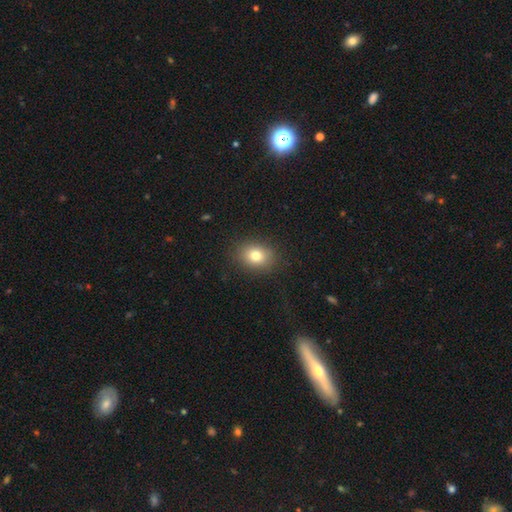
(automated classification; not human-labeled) Smooth or featured? smooth (79%)
How rounded? in between (50%)
Merging? none (87%)